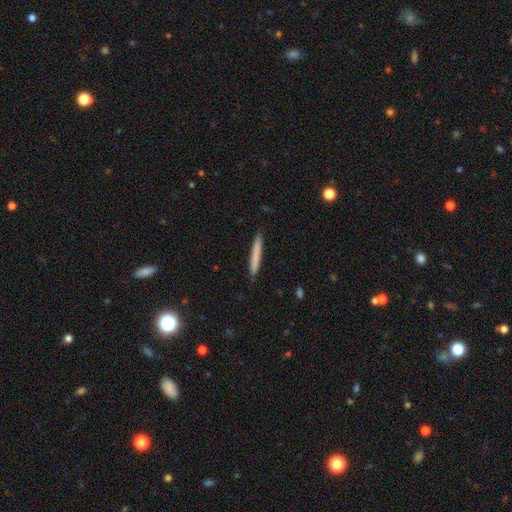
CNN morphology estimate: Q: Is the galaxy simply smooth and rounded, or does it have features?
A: smooth — 73%.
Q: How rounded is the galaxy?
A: cigar-shaped — 97%.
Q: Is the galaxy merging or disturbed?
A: none — 90%.